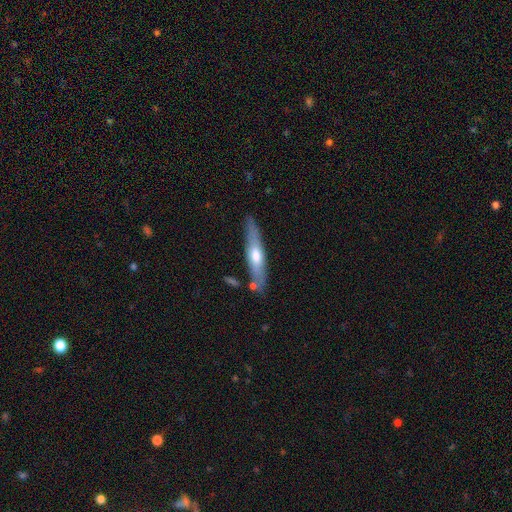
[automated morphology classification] Overall: featured or disk (50%; smooth 44%). Edge-on disk: yes (83%). Merging: none (78%).